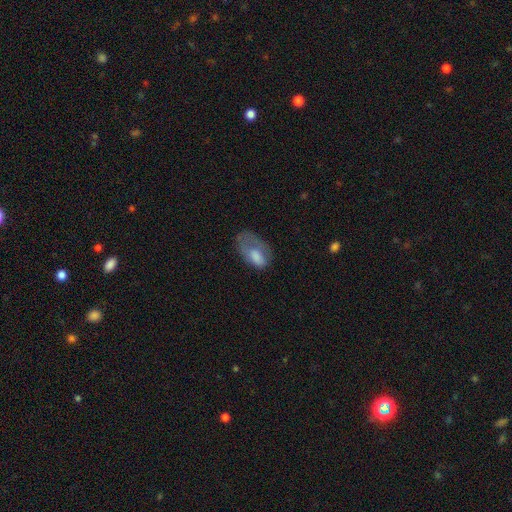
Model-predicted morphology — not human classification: A smooth galaxy with no disk features (60%) that is in between round and cigar-shaped (90%). Merging: major disturbance (40%).